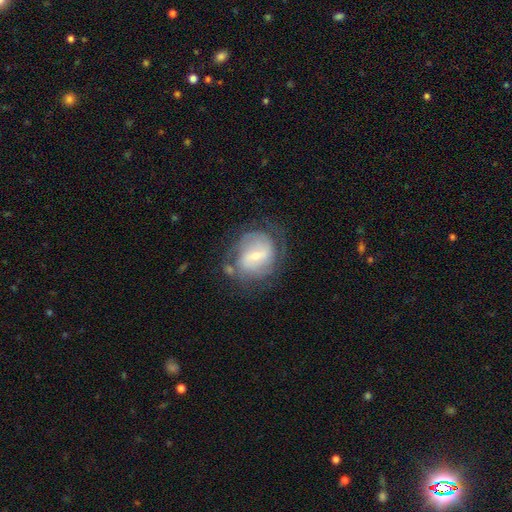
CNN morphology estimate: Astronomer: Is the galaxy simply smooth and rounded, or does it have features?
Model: featured or disk — 70%.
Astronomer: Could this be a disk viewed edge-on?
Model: no — 97%.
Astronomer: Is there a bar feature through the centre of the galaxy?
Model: weak — 54%.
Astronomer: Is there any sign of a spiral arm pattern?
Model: yes — 85%.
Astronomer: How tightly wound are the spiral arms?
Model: tight — 45% (runner-up: medium, 39%).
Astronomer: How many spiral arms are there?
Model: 2 — 41% (runner-up: can't tell, 35%).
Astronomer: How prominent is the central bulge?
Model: small — 62%.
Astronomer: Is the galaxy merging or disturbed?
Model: none — 58%.